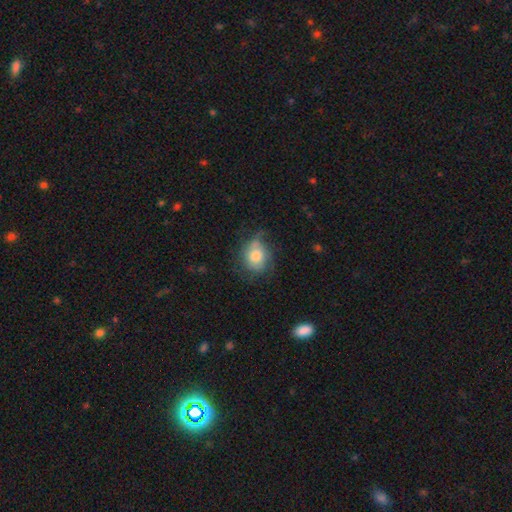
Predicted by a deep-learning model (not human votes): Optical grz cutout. It shows a smooth galaxy with no disk features (66%) that is round (66%). Merging: none (51%).